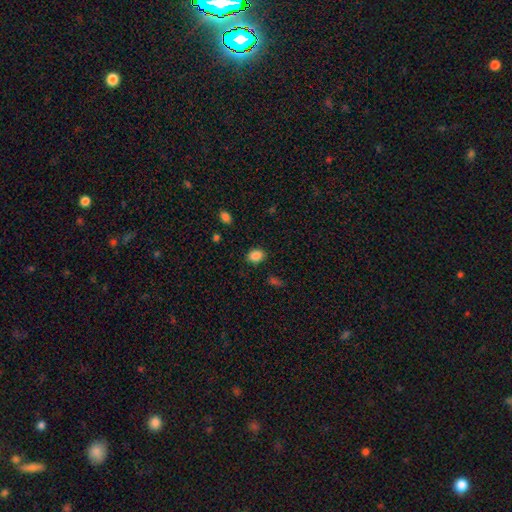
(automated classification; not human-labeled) The model was most divided on "how rounded": in between: 59%, round: 40%, cigar-shaped: 1%. More confident: smooth or featured — smooth (86%); merging — none (86%).